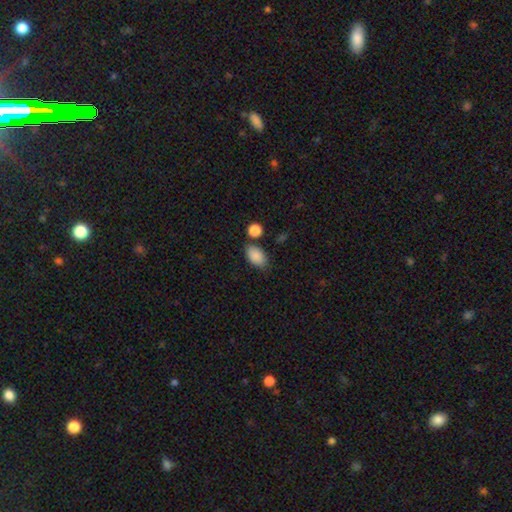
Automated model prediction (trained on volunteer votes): This appears to be a smooth galaxy with no disk features (88%) that is in between round and cigar-shaped (91%). Merging: none (74%).